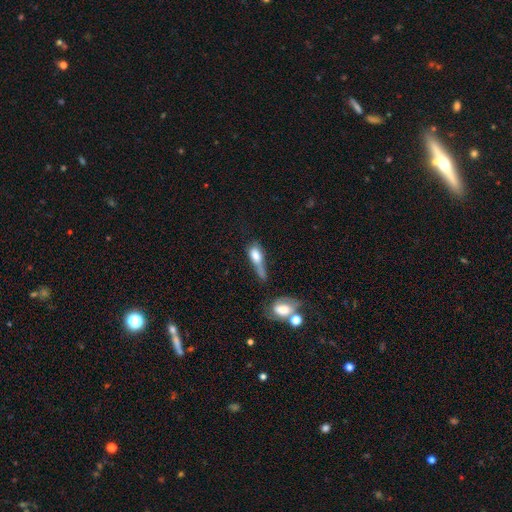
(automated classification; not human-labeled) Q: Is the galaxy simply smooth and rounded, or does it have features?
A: smooth — 68%.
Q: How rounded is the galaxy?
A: in between — 67%.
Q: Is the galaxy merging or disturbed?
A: merger — 30%.